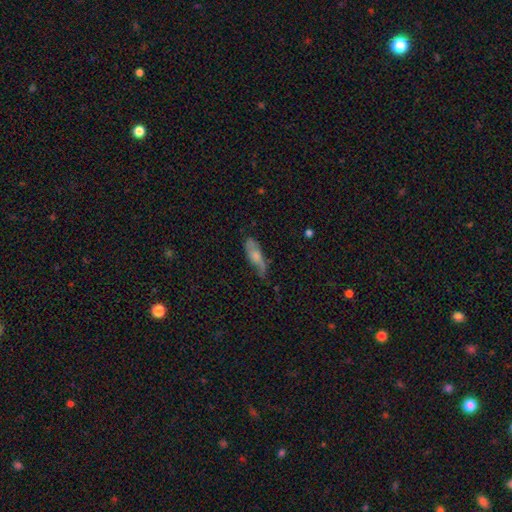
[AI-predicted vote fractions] Smooth or featured? Predicted: smooth (p=0.57). How rounded? Predicted: in between (p=0.51). Merging? Predicted: none (p=0.54).